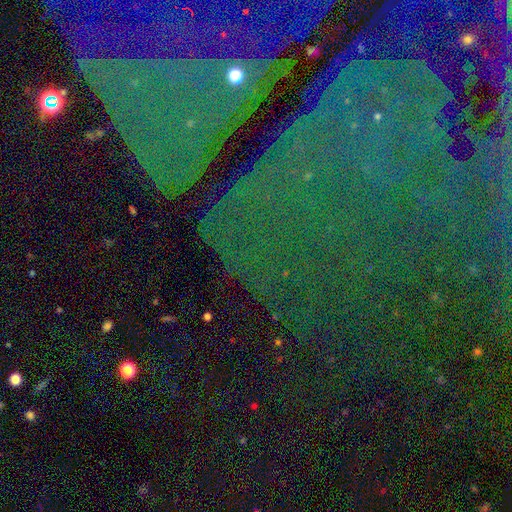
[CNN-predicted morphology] Smooth or featured?
  - star or artifact: 82% *
  - featured or disk: 9%
  - smooth: 9%